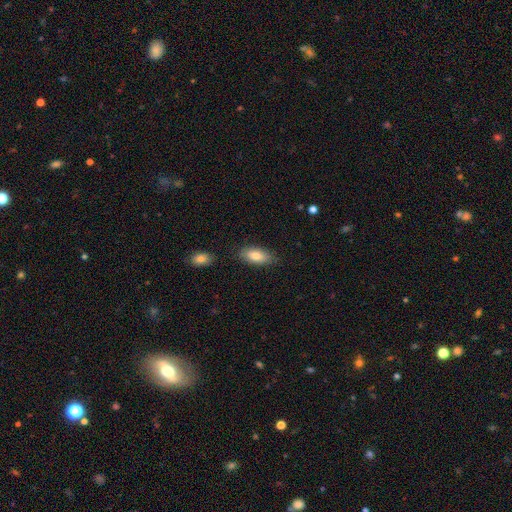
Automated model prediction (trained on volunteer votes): Smooth or featured?
  - smooth: 80% *
  - featured or disk: 13%
  - star or artifact: 7%
How rounded?
  - in between: 88% *
  - cigar-shaped: 9%
  - round: 3%
Merging?
  - none: 80% *
  - minor disturbance: 14%
  - merger: 3%
  - major disturbance: 3%